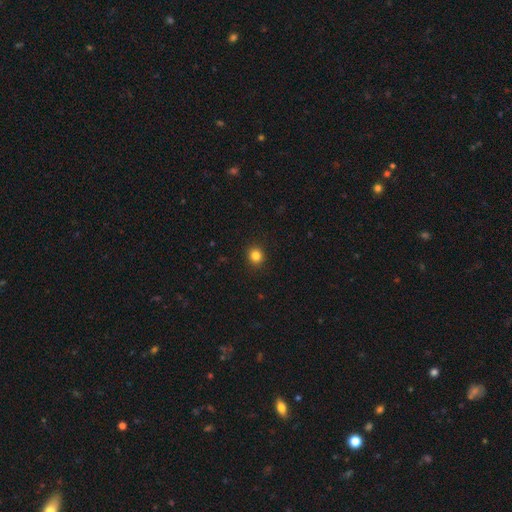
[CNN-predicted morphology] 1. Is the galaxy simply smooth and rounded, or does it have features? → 84% smooth, 12% star or artifact, 4% featured or disk.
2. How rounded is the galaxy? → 86% round, 13% in between, 1% cigar-shaped.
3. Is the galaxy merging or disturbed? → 92% none, 5% minor disturbance, 2% major disturbance, 1% merger.